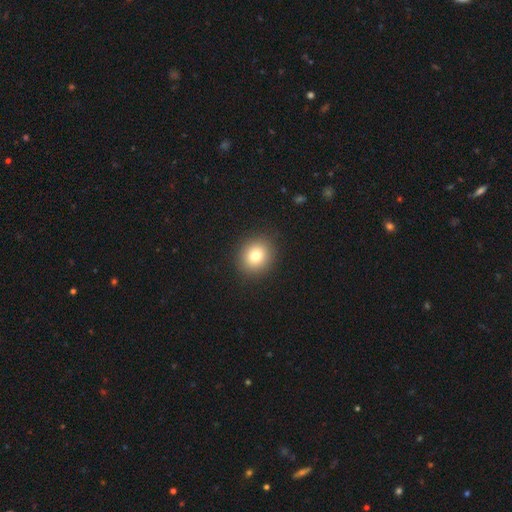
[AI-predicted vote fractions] The model was most divided on "how rounded": round: 78%, in between: 21%, cigar-shaped: 1%. More confident: merging — none (90%); smooth or featured — smooth (80%).